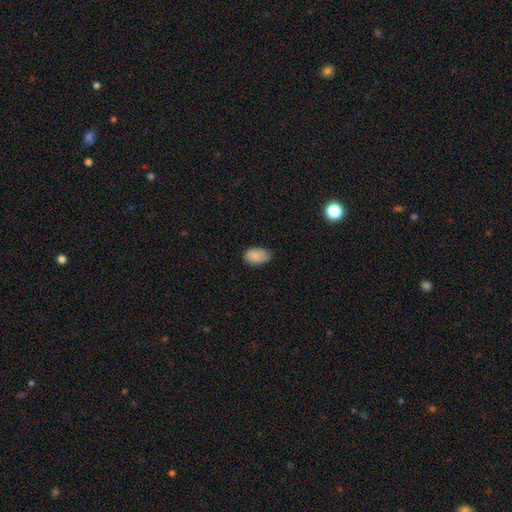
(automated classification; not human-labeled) Overall: smooth (88%). How rounded: in between (92%). Merging: none (72%).